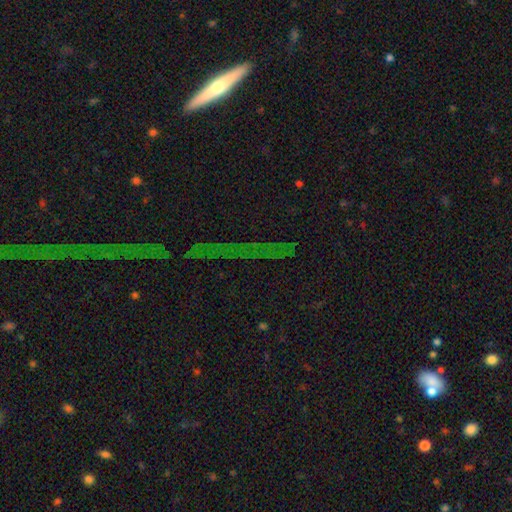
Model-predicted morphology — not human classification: smooth_or_featured: star or artifact (p=0.45) [alt: featured or disk p=0.37]